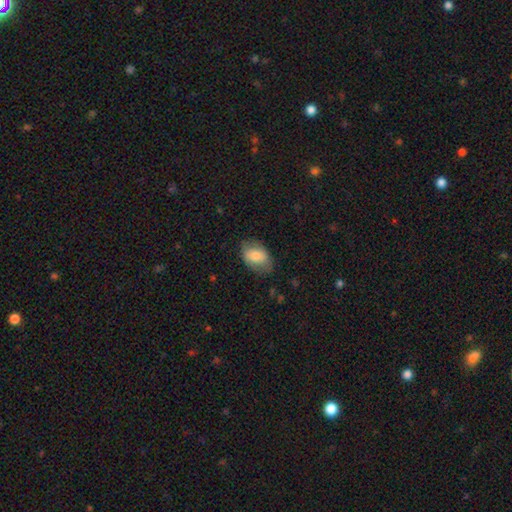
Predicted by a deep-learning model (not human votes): Smooth or featured? Predicted: smooth (p=0.74). How rounded? Predicted: in between (p=0.86). Merging? Predicted: none (p=0.70).